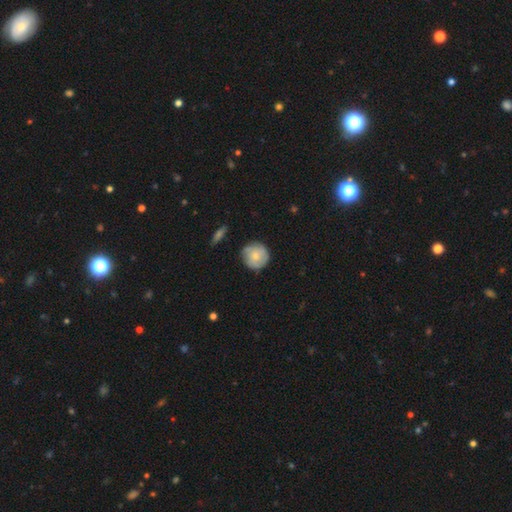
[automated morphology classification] A smooth galaxy with no disk features (64%) that is round (94%).

Vote fractions:
- Smooth or featured? smooth: 64% / featured or disk: 29% / star or artifact: 6%
- How rounded? round: 94% / in between: 5% / cigar-shaped: 1%
- Merging? none: 79% / minor disturbance: 16% / major disturbance: 3% / merger: 2%